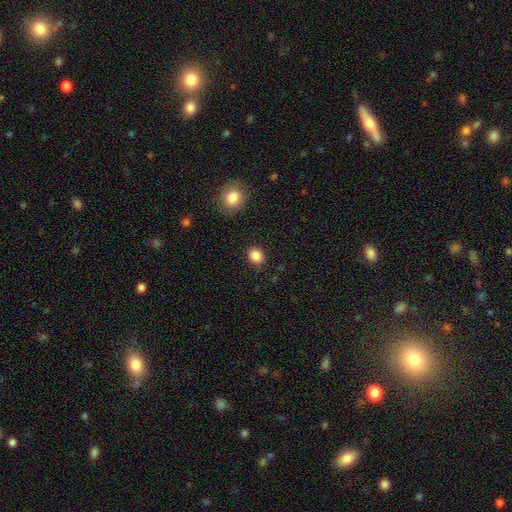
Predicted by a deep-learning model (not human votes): A smooth galaxy with no disk features (87%) that is round (66%).

Vote fractions:
- Smooth or featured? smooth: 87% / star or artifact: 10% / featured or disk: 3%
- How rounded? round: 66% / in between: 33% / cigar-shaped: 1%
- Merging? none: 85% / minor disturbance: 10% / major disturbance: 3% / merger: 2%